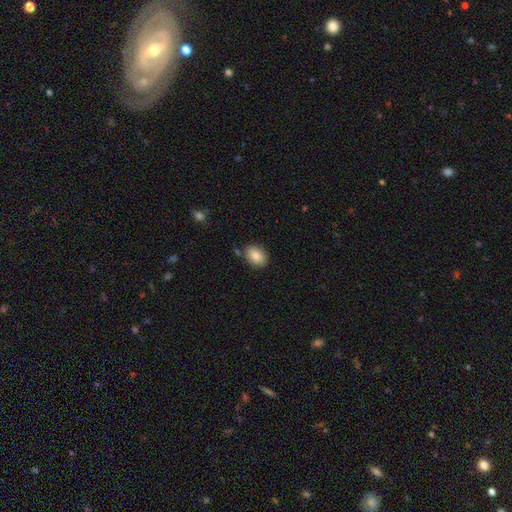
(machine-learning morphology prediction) A smooth galaxy with no disk features (83%) that is in between round and cigar-shaped (65%). Merging: none (82%).